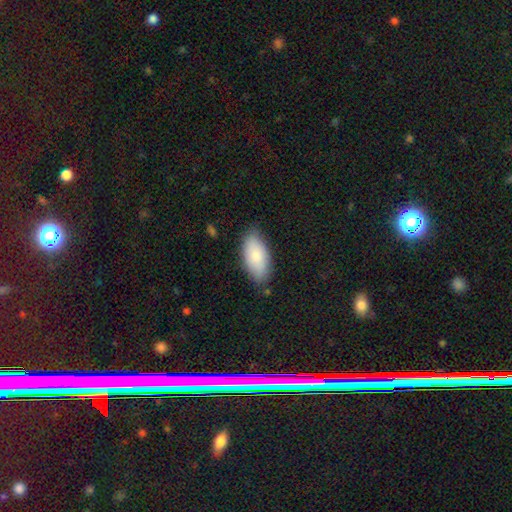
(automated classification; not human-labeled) Smooth or featured: smooth — 83% (featured or disk — 11%)
How rounded: in between — 93% (cigar-shaped — 5%)
Merging: none — 80% (minor disturbance — 16%)